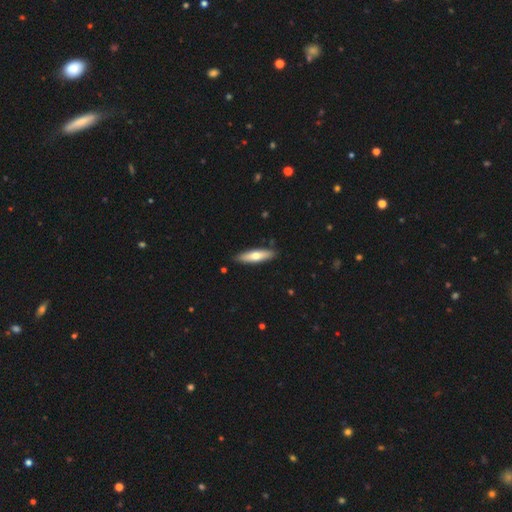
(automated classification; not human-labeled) smooth 63%, featured or disk 32%, star or artifact 5%. Down the decision tree: how rounded — cigar-shaped (70%); merging — none (88%).